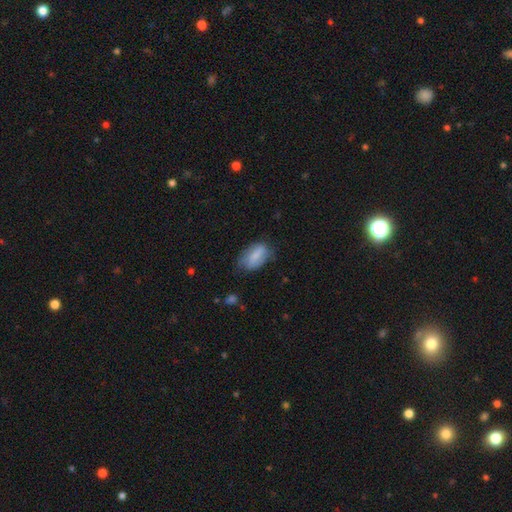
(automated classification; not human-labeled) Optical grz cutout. It shows a smooth galaxy with no disk features (74%) that is in between round and cigar-shaped (90%). Merging: none (59%).